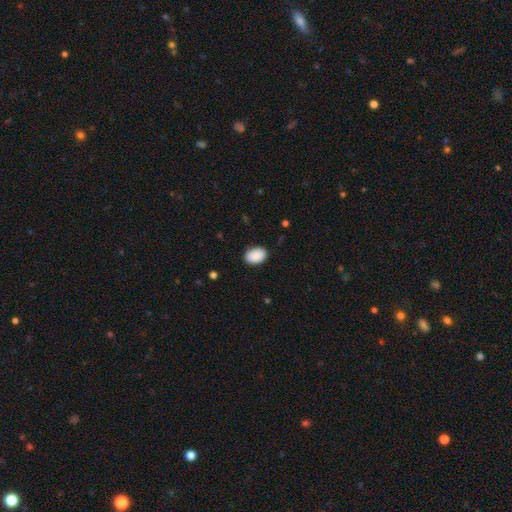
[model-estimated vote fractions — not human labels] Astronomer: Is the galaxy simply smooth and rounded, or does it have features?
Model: smooth — 91%.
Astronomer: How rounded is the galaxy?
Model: in between — 89%.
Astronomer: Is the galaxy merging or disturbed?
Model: none — 88%.